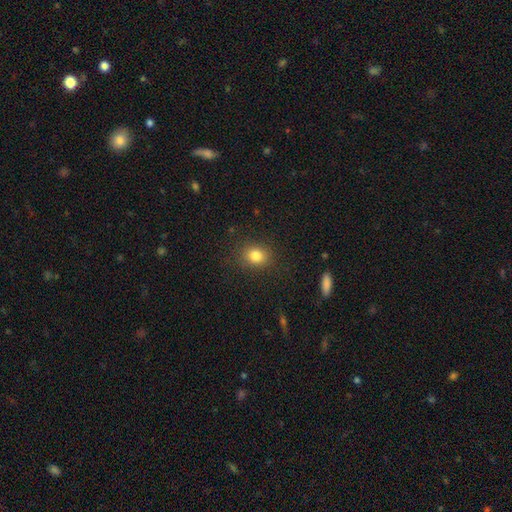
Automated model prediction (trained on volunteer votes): smooth_or_featured: smooth (p=0.82) [alt: star or artifact p=0.11]
how_rounded: round (p=0.58) [alt: in between p=0.41]
merging: none (p=0.86) [alt: minor disturbance p=0.10]